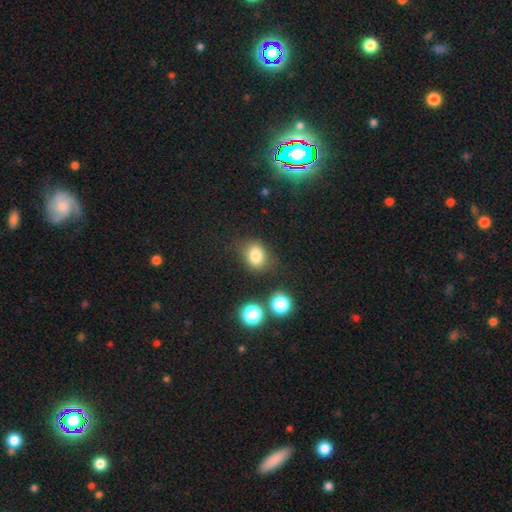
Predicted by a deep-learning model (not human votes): A smooth galaxy with no disk features (80%) that is in between round and cigar-shaped (51%). Merging: none (76%).